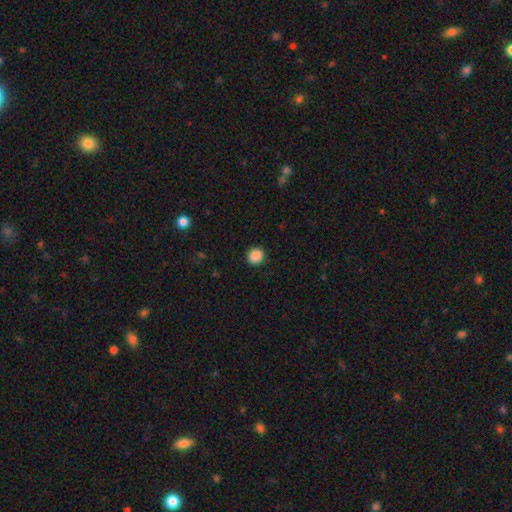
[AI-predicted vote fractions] Overall: smooth (88%). How rounded: round (93%). Merging: none (92%).